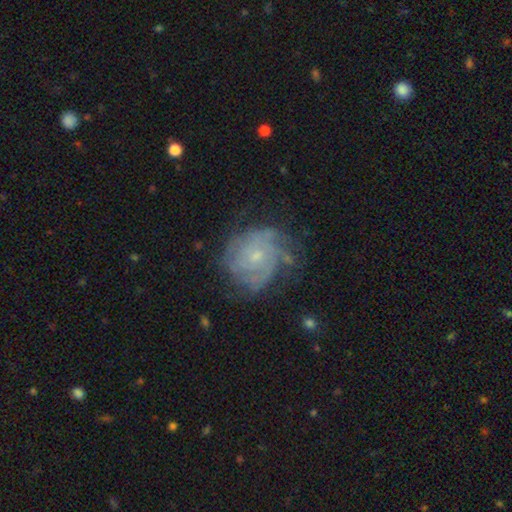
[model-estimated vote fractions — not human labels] Smooth or featured? featured or disk (80%)
Edge-on disk? no (98%)
Bar? no (78%)
Spiral arms? yes (93%)
Spiral winding? tight (67%)
Spiral arm count? can't tell (36%)
Bulge size? small (73%)
Merging? none (68%)